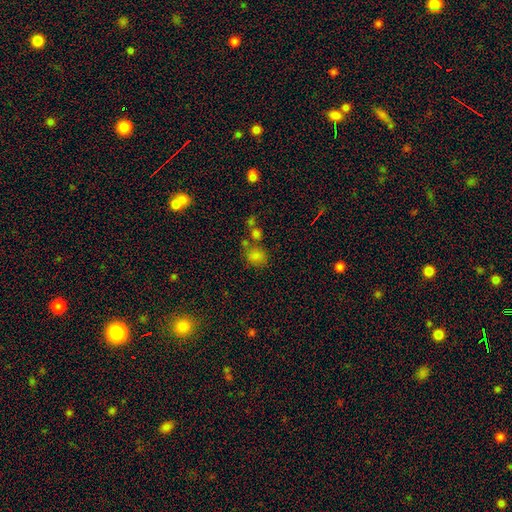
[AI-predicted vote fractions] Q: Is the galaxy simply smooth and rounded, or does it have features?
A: smooth — 76%.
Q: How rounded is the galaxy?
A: round — 69%.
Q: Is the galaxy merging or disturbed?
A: none — 58%.